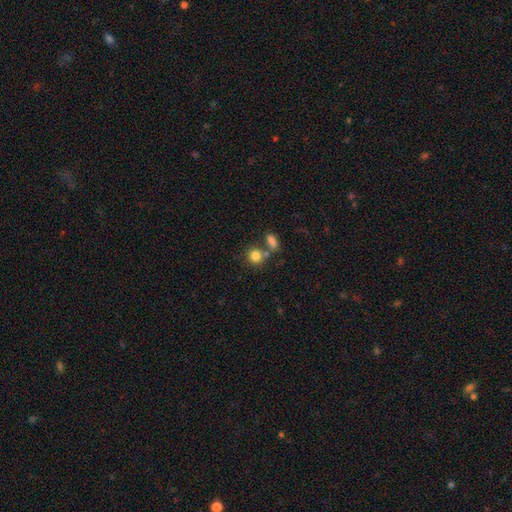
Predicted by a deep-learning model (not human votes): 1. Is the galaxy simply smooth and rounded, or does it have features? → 82% smooth, 10% star or artifact, 8% featured or disk.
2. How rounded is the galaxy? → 80% round, 19% in between, 1% cigar-shaped.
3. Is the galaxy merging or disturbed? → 54% none, 31% merger, 10% minor disturbance, 5% major disturbance.